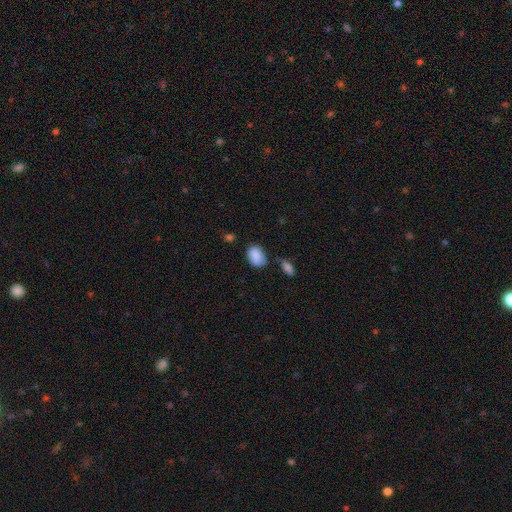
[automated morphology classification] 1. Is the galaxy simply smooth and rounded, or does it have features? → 86% smooth, 8% star or artifact, 6% featured or disk.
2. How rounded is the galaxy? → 83% in between, 16% round, 1% cigar-shaped.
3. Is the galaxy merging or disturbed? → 57% none, 28% minor disturbance, 9% merger, 7% major disturbance.